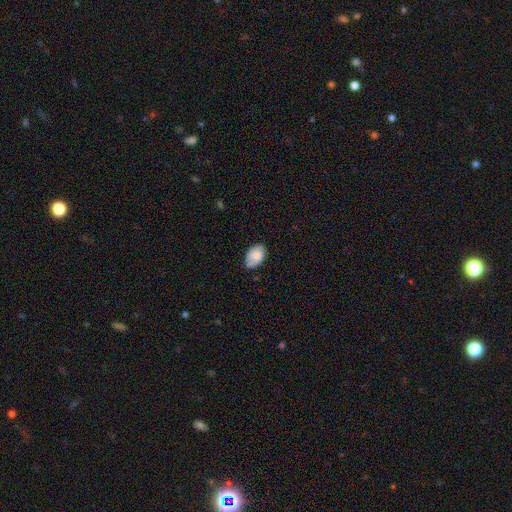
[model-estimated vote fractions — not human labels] Morphology: type=smooth (79%); roundness=in between (88%); merging=none (69%).